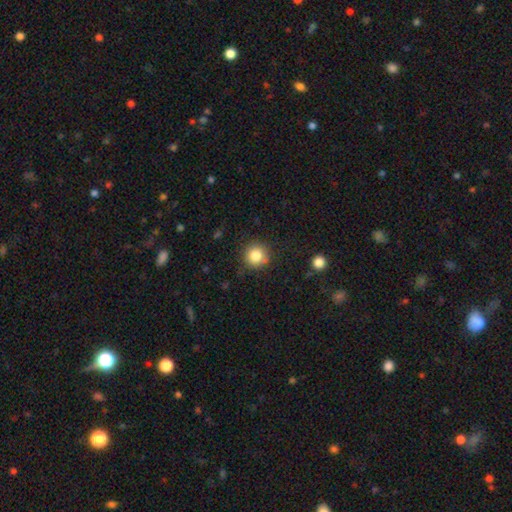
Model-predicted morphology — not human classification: A smooth galaxy with no disk features (82%) that is round (93%). Merging: none (85%).